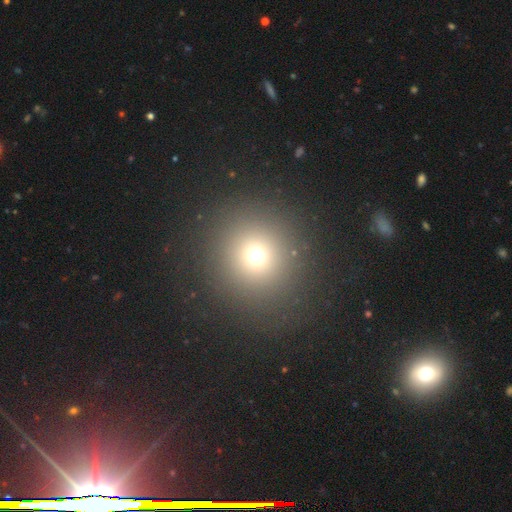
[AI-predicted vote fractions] Smooth or featured? smooth (68%)
How rounded? round (93%)
Merging? none (88%)